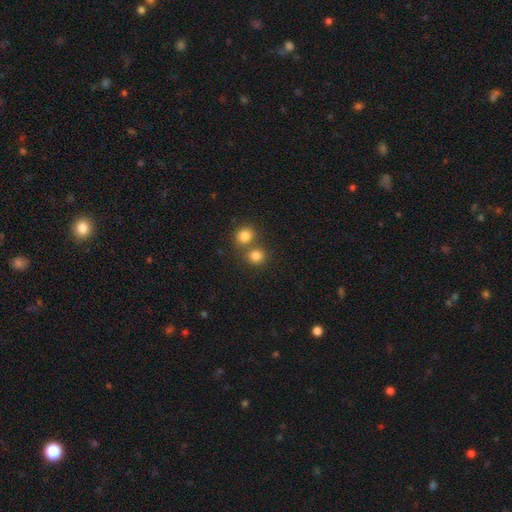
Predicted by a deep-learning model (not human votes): smooth-or-featured: smooth: 81% | star or artifact: 12% | featured or disk: 6%
  how-rounded: round: 83% | in between: 16% | cigar-shaped: 1%
  merging: none: 57% | merger: 34% | minor disturbance: 6% | major disturbance: 3%